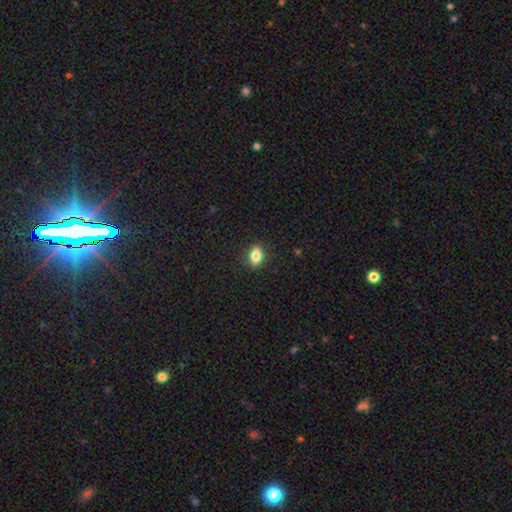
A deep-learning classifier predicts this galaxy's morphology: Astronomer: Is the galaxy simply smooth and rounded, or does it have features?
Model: smooth — 81%.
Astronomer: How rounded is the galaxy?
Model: in between — 80%.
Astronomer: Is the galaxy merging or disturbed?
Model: none — 88%.